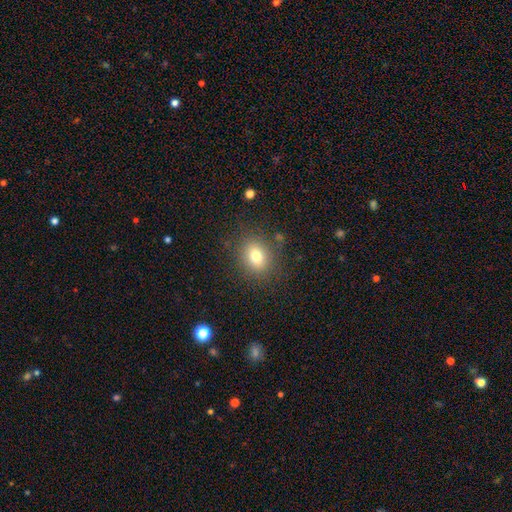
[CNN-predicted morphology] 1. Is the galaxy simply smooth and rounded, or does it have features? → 77% smooth, 12% star or artifact, 11% featured or disk.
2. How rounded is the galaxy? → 52% round, 47% in between, 1% cigar-shaped.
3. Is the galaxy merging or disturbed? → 84% none, 10% minor disturbance, 4% major disturbance, 2% merger.